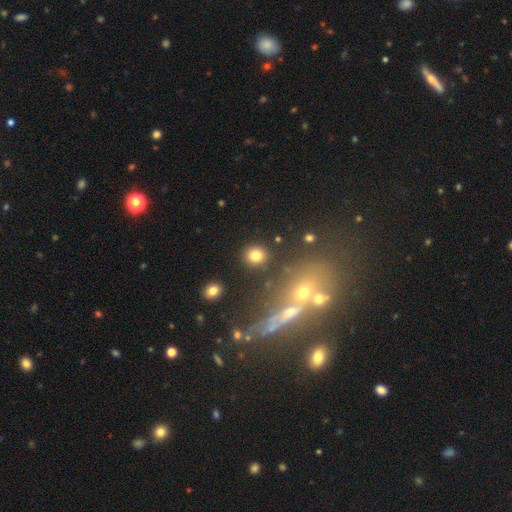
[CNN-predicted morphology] Q: Smooth or featured?
A: smooth (80%); runner-up: star or artifact (13%)
Q: How rounded?
A: round (87%); runner-up: in between (11%)
Q: Merging?
A: none (86%); runner-up: minor disturbance (6%)